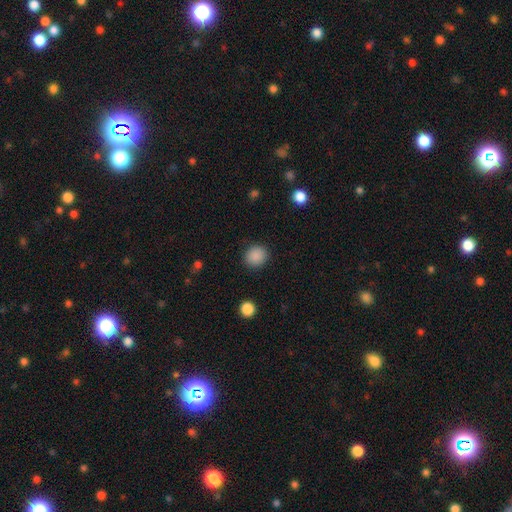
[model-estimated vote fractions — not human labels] Morphology: type=smooth (88%); roundness=round (83%); merging=none (89%).